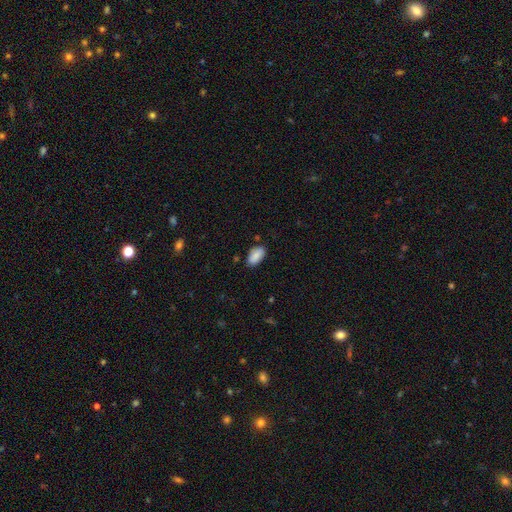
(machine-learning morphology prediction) Smooth or featured?
  - smooth: 88% *
  - star or artifact: 7%
  - featured or disk: 5%
How rounded?
  - in between: 94% *
  - cigar-shaped: 3%
  - round: 3%
Merging?
  - none: 81% *
  - minor disturbance: 14%
  - major disturbance: 3%
  - merger: 2%